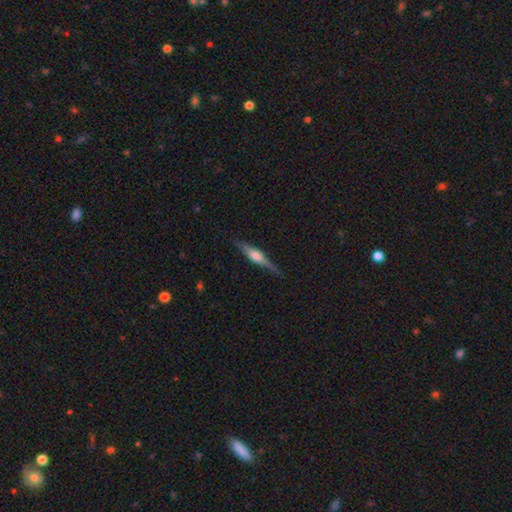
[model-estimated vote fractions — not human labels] Overall: featured or disk (70%). Edge-on disk: yes (97%). Edge-on bulge: rounded (82%). Merging: none (86%).